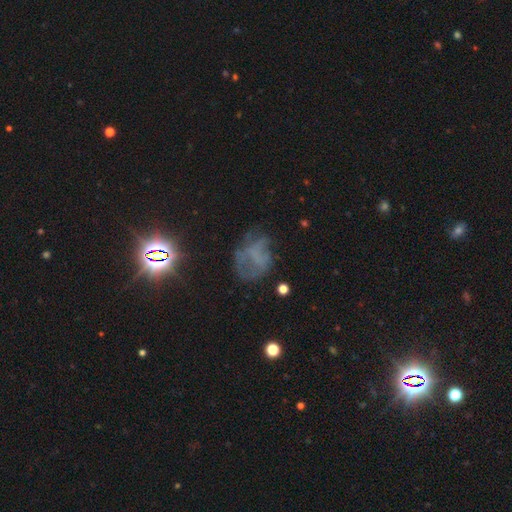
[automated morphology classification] type=featured or disk (43%); merging=none (46%).